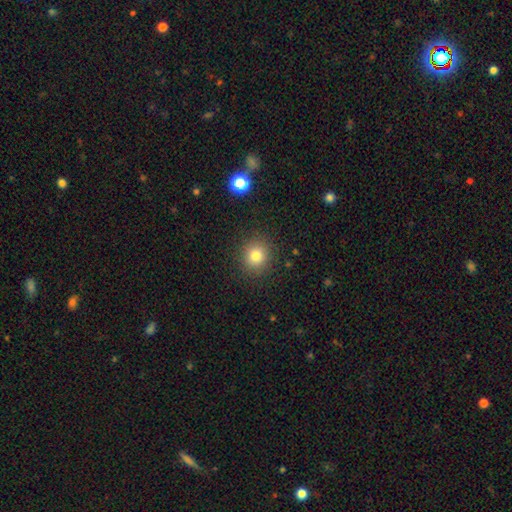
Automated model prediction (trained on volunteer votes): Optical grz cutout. It shows a smooth galaxy with no disk features (80%) that is round (87%). Merging: none (89%).